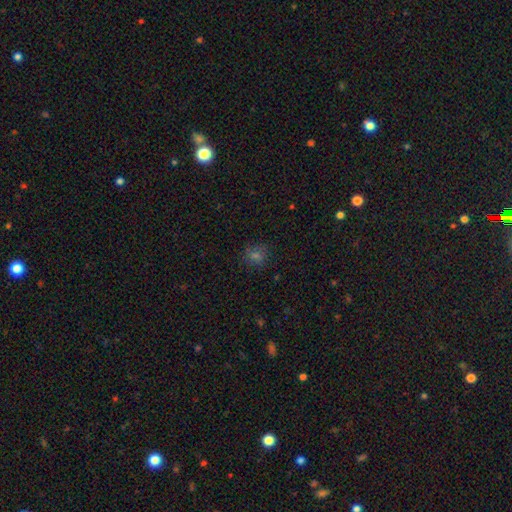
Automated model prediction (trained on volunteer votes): This appears to be a smooth galaxy with no disk features (62%) that is round (79%). Merging: none (82%).